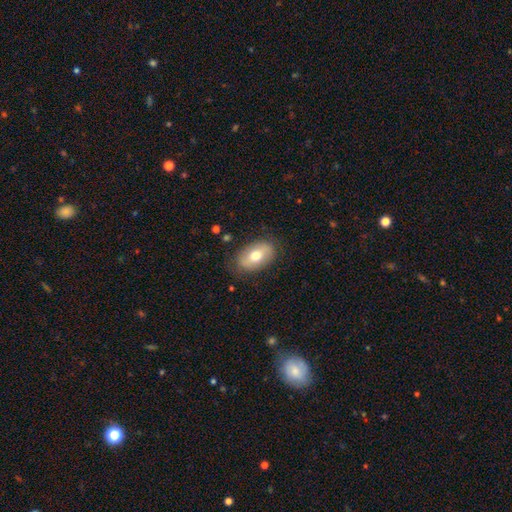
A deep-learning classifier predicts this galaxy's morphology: Smooth or featured?
  - smooth: 67% *
  - featured or disk: 27%
  - star or artifact: 7%
How rounded?
  - in between: 90% *
  - round: 8%
  - cigar-shaped: 2%
Merging?
  - none: 80% *
  - minor disturbance: 15%
  - major disturbance: 4%
  - merger: 1%